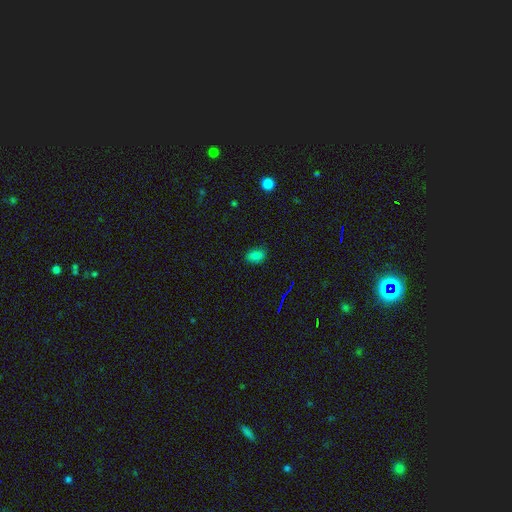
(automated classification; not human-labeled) This appears to be a smooth galaxy with no disk features (77%) that is in between round and cigar-shaped (81%). Merging: none (81%).